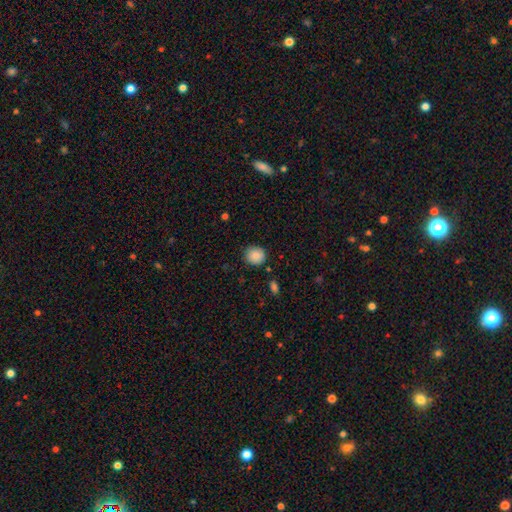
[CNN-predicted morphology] smooth-or-featured: smooth: 86% | star or artifact: 8% | featured or disk: 6%
  how-rounded: round: 85% | in between: 14% | cigar-shaped: 1%
  merging: none: 86% | minor disturbance: 10% | major disturbance: 2% | merger: 2%